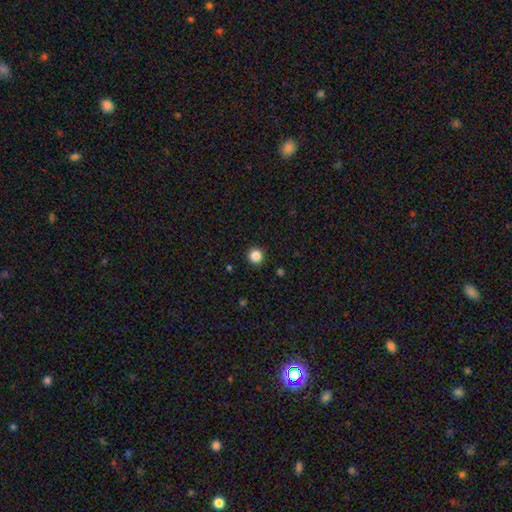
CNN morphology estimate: A smooth galaxy with no disk features (86%) that is round (96%).

Vote fractions:
- Smooth or featured? smooth: 86% / star or artifact: 11% / featured or disk: 3%
- How rounded? round: 96% / in between: 3% / cigar-shaped: 1%
- Merging? none: 93% / minor disturbance: 5% / major disturbance: 2% / merger: 1%